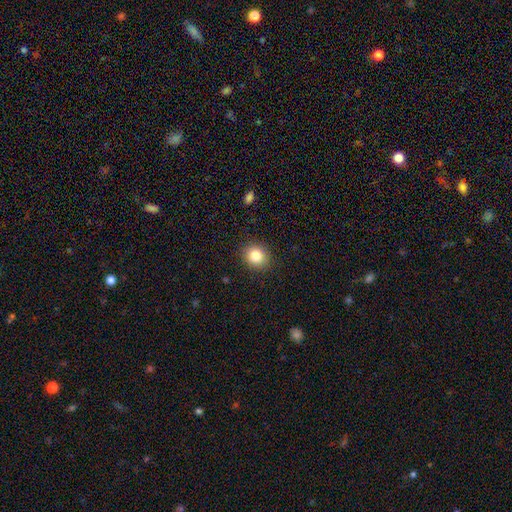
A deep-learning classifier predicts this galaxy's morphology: Smooth or featured? smooth (84%)
How rounded? round (78%)
Merging? none (90%)